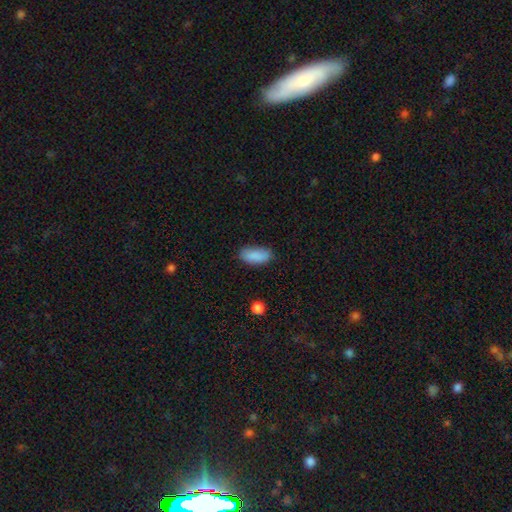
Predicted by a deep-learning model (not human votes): Q: Smooth or featured?
A: smooth (87%); runner-up: star or artifact (8%)
Q: How rounded?
A: in between (90%); runner-up: cigar-shaped (8%)
Q: Merging?
A: none (74%); runner-up: minor disturbance (21%)